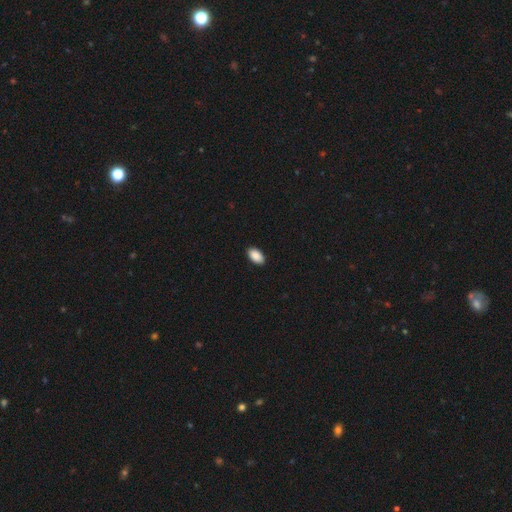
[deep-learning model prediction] Overall: smooth (91%). How rounded: in between (95%). Merging: none (90%).